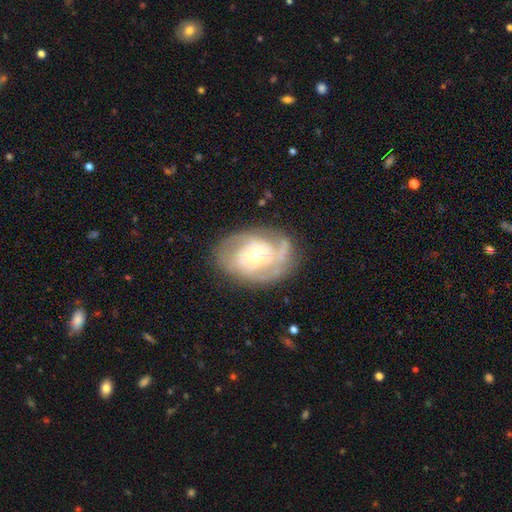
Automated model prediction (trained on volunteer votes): Morphology: type=featured or disk (79%); edge-on=no (96%); bar=weak (44%); spiral arms=yes (90%); winding=tight (50%); arm count=2 (35%); bulge=moderate (52%); merging=none (68%).